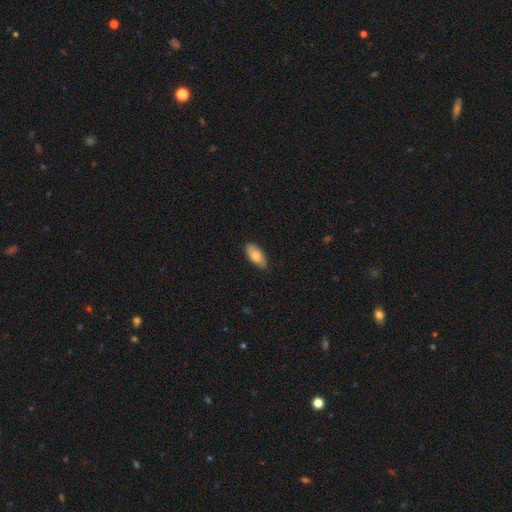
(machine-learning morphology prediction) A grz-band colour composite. It shows a smooth galaxy with no disk features (75%) that is in between round and cigar-shaped (91%). Merging: none (84%).